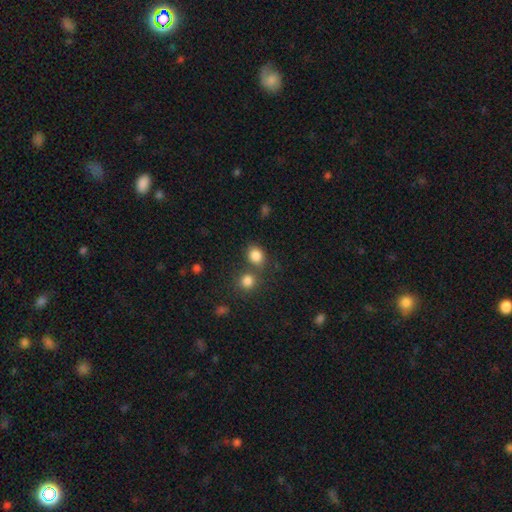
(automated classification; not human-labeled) smooth-or-featured: smooth: 84% | star or artifact: 11% | featured or disk: 5%
  how-rounded: round: 60% | in between: 39% | cigar-shaped: 1%
  merging: none: 61% | merger: 24% | minor disturbance: 11% | major disturbance: 4%